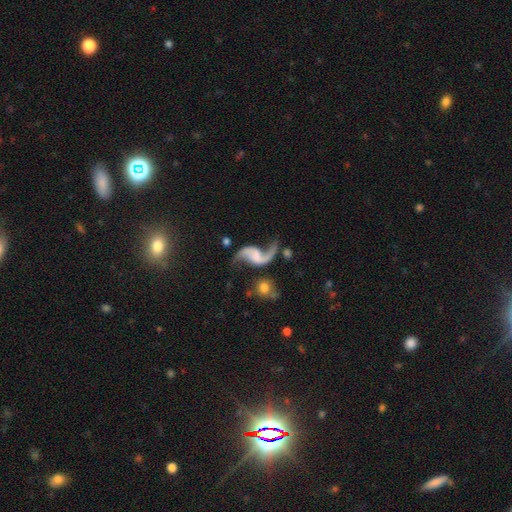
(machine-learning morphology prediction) smooth_or_featured: featured or disk (p=0.87) [alt: smooth p=0.07]
disk_edge_on: no (p=0.97) [alt: yes p=0.03]
bar: no (p=0.50) [alt: weak p=0.36]
has_spiral_arms: yes (p=0.96) [alt: no p=0.04]
spiral_winding: loose (p=0.89) [alt: medium p=0.09]
spiral_arm_count: 2 (p=0.93) [alt: 1 p=0.03]
bulge_size: none (p=0.58) [alt: small p=0.21]
merging: none (p=0.61) [alt: minor disturbance p=0.17]